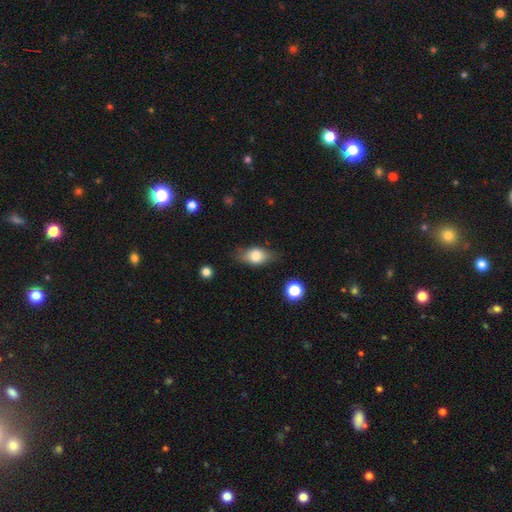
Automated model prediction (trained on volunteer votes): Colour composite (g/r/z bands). It shows a smooth galaxy with no disk features (69%) that is in between round and cigar-shaped (80%). Merging: none (74%).